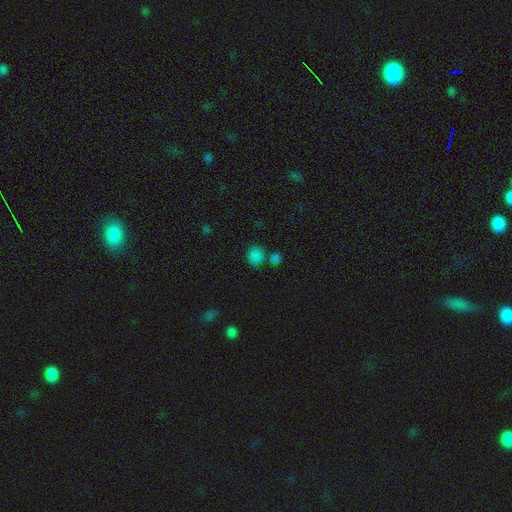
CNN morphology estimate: A smooth galaxy with no disk features (79%) that is round (74%). Merging: none (68%).